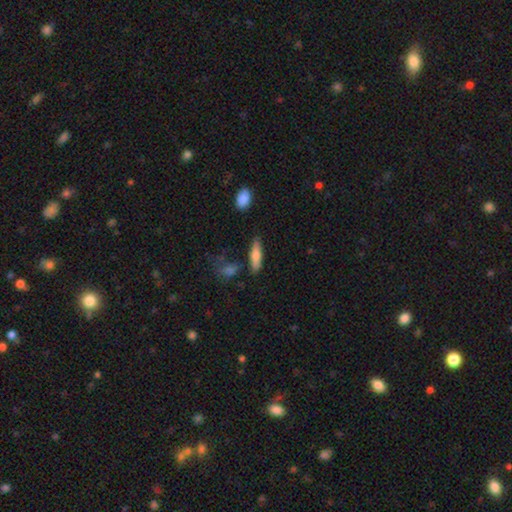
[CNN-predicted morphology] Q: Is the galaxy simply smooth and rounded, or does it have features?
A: smooth — 67%.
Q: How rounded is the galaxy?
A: cigar-shaped — 64%.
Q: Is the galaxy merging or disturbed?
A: none — 75%.